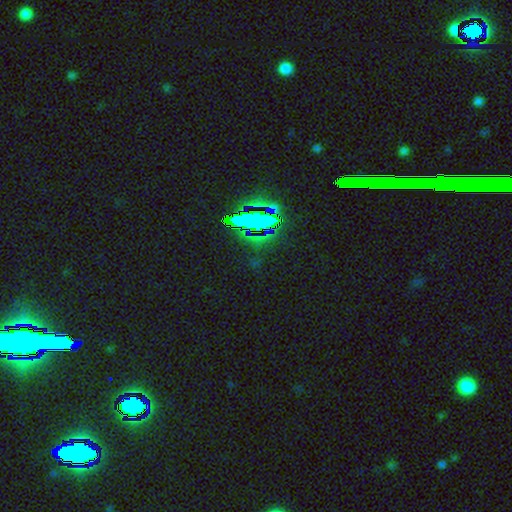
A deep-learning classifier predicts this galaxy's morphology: smooth_or_featured: star or artifact (p=0.80) [alt: smooth p=0.12]